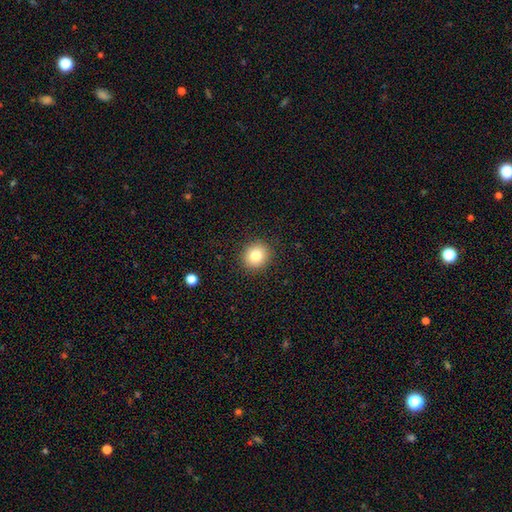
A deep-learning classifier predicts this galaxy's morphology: This appears to be a smooth galaxy with no disk features (82%) that is round (86%). Merging: none (91%).